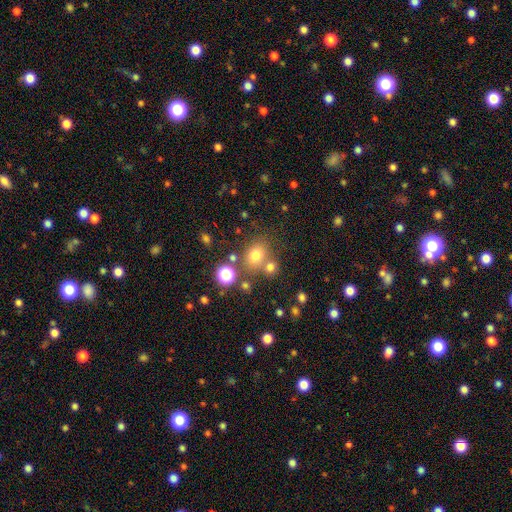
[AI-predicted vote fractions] Smooth or featured? Predicted: smooth (p=0.72). How rounded? Predicted: round (p=0.56). Merging? Predicted: none (p=0.64).